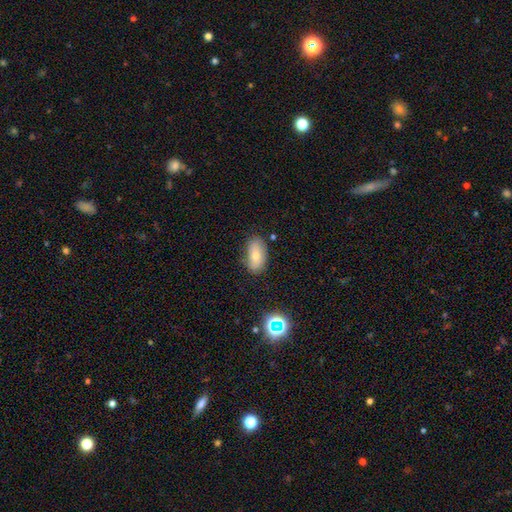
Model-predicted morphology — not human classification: Overall: smooth (71%). How rounded: in between (91%). Merging: none (76%).